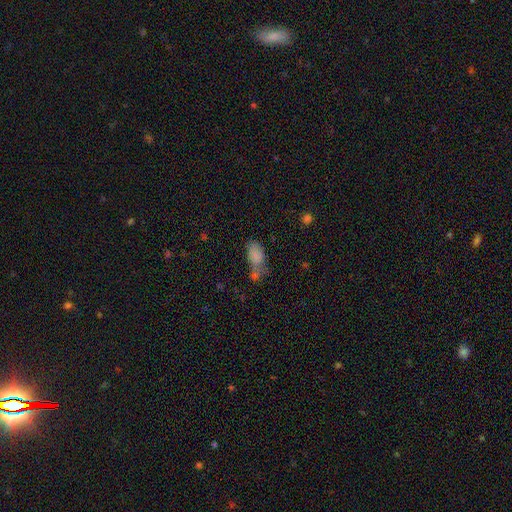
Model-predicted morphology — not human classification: Smooth or featured: smooth — 80% (star or artifact — 11%)
How rounded: in between — 90% (round — 7%)
Merging: merger — 33% (none — 32%)